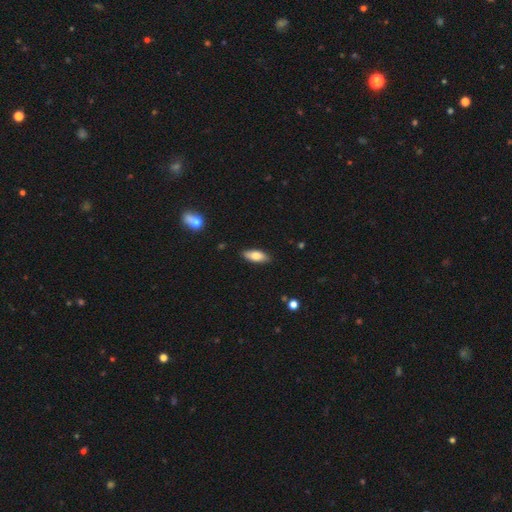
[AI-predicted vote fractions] Smooth or featured: smooth — 76% (featured or disk — 17%)
How rounded: in between — 78% (cigar-shaped — 19%)
Merging: none — 87% (minor disturbance — 10%)